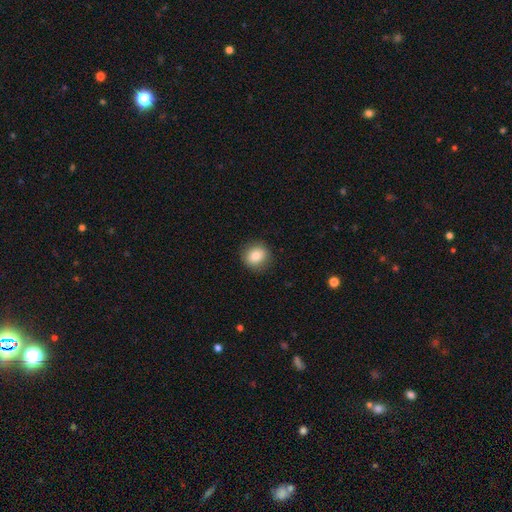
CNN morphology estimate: A smooth galaxy with no disk features (82%) that is round (81%). Merging: none (88%).